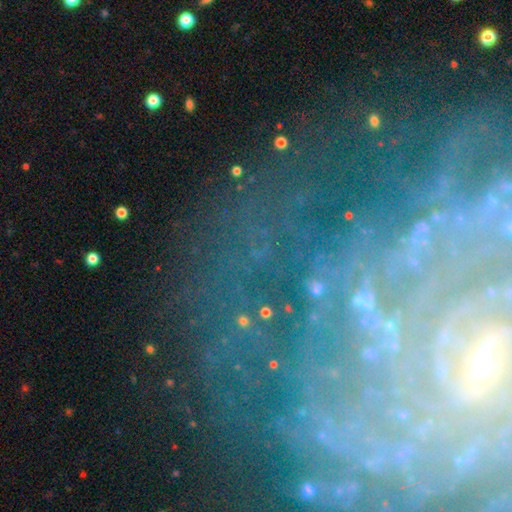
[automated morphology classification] This appears to be a featured or disk galaxy (73%) with no bar (49%), tight (70%) spiral arms (85%) and a small central bulge (67%). Merging: none (63%).